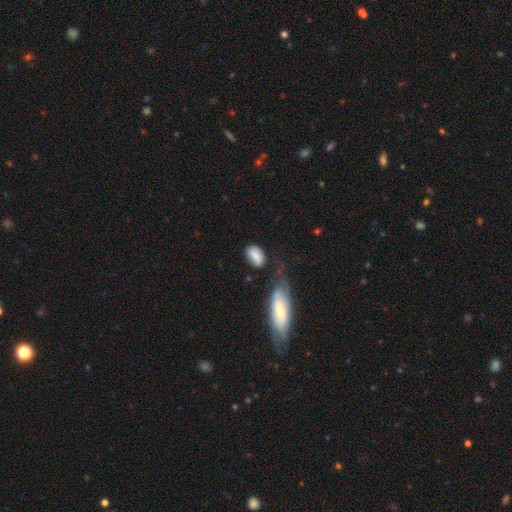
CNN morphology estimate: This appears to be a smooth galaxy with no disk features (78%) that is in between round and cigar-shaped (86%). Merging: none (52%).